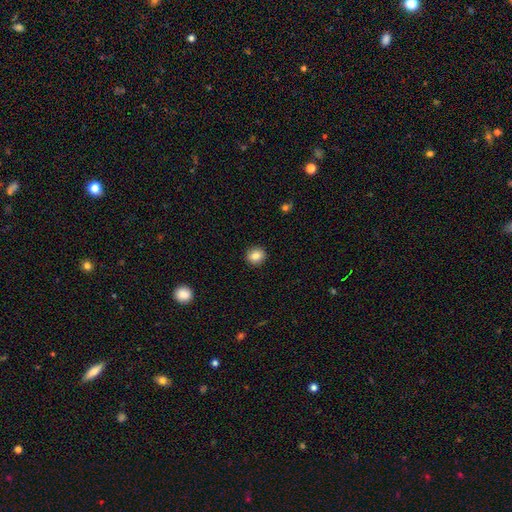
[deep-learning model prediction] The model was most divided on "how rounded": round: 85%, in between: 14%, cigar-shaped: 1%. More confident: merging — none (92%); smooth or featured — smooth (84%).